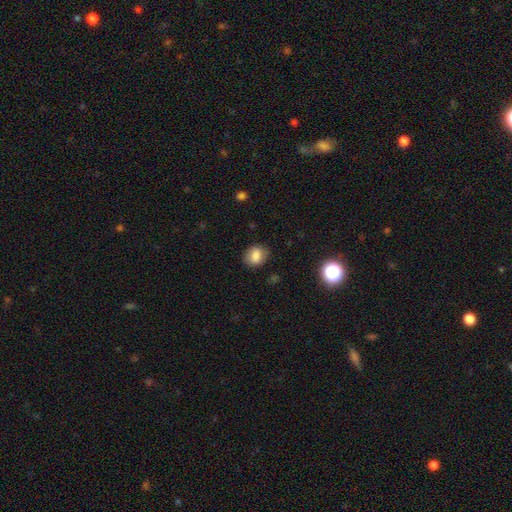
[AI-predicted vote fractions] This appears to be a smooth galaxy with no disk features (82%) that is in between round and cigar-shaped (53%). Merging: none (82%).